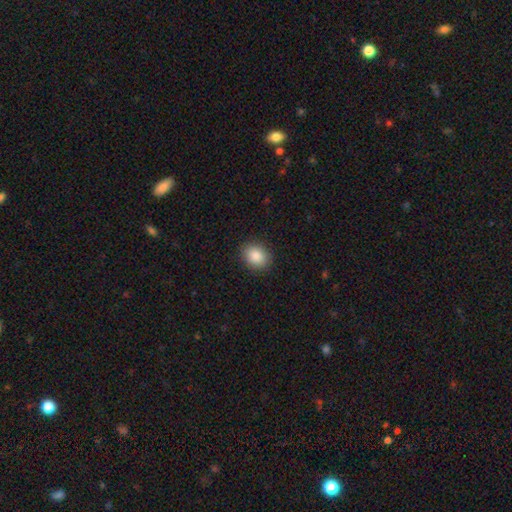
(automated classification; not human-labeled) Smooth or featured?
  - smooth: 88% *
  - star or artifact: 8%
  - featured or disk: 4%
How rounded?
  - round: 52% *
  - in between: 47%
  - cigar-shaped: 1%
Merging?
  - none: 89% *
  - minor disturbance: 8%
  - major disturbance: 2%
  - merger: 1%